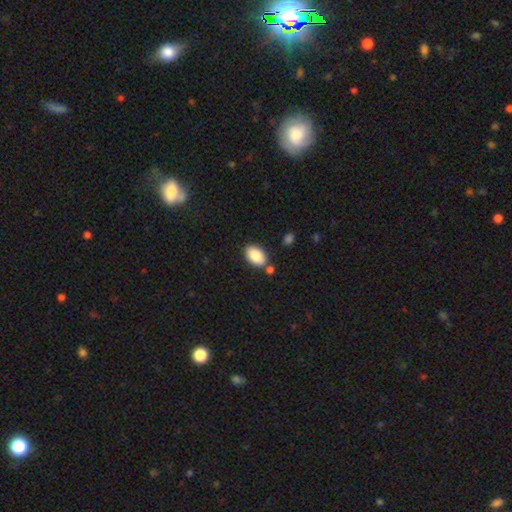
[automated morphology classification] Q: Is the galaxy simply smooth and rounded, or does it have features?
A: smooth — 87%.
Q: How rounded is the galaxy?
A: in between — 92%.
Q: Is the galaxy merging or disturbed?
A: none — 78%.